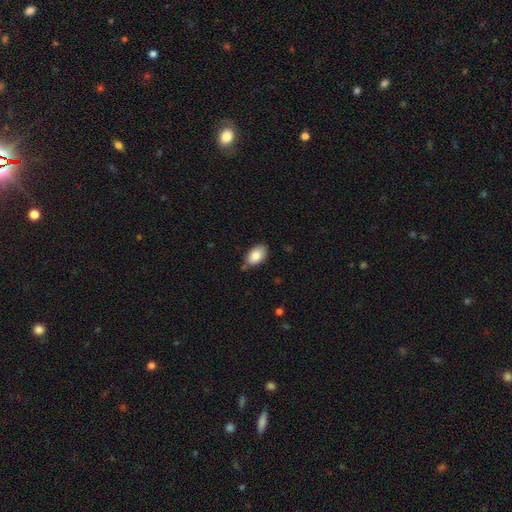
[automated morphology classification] Q: Smooth or featured?
A: smooth (85%); runner-up: featured or disk (8%)
Q: How rounded?
A: in between (92%); runner-up: round (6%)
Q: Merging?
A: none (71%); runner-up: minor disturbance (21%)